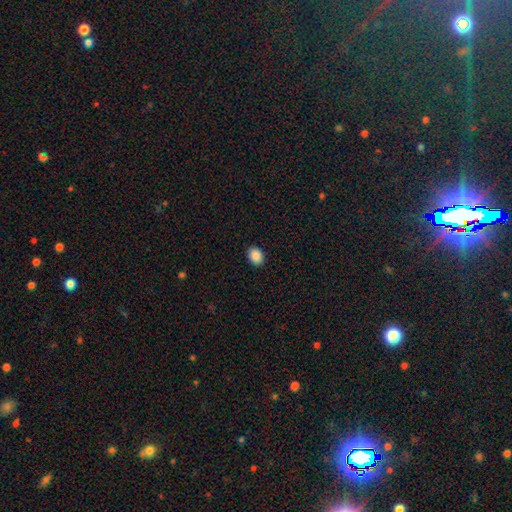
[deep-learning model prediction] This is clearly a smooth galaxy (89%). How rounded: likely in between (61%). Merging: clearly none (90%).